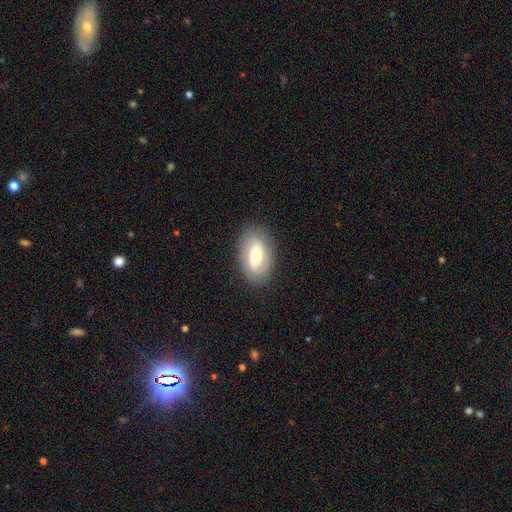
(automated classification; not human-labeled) The model was most divided on "smooth or featured": featured or disk: 49%, smooth: 44%, star or artifact: 7%. More confident: merging — none (84%).